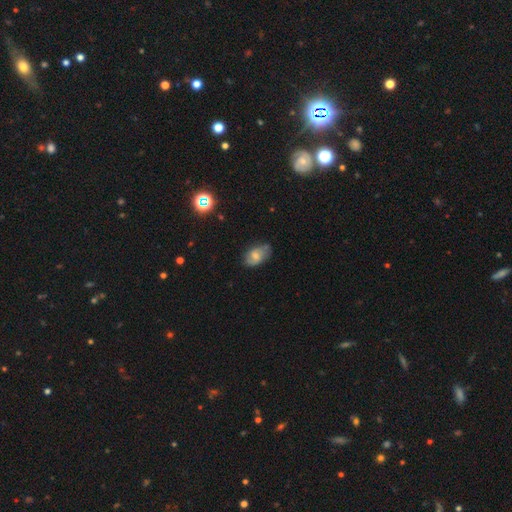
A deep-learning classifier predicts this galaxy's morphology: smooth_or_featured: smooth (p=0.54) [alt: featured or disk p=0.35]
how_rounded: in between (p=0.87) [alt: round p=0.11]
merging: none (p=0.68) [alt: minor disturbance p=0.25]